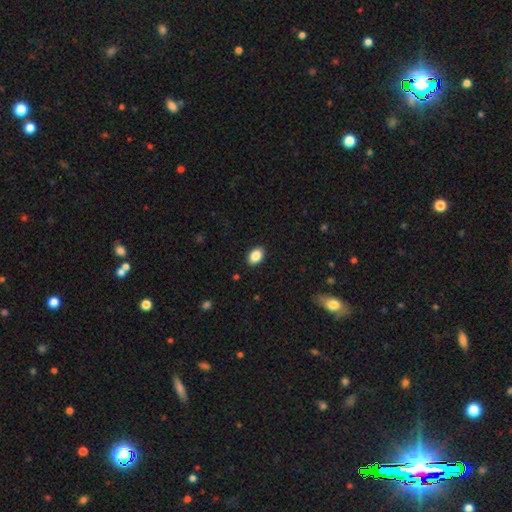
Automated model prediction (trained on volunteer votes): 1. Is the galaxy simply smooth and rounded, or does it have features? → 88% smooth, 8% star or artifact, 4% featured or disk.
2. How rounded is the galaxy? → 83% in between, 16% round, 1% cigar-shaped.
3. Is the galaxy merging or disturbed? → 90% none, 7% minor disturbance, 2% major disturbance, 1% merger.